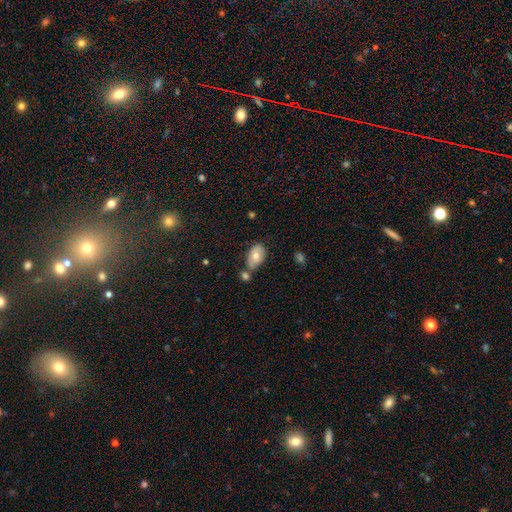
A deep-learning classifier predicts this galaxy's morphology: smooth_or_featured: smooth (p=0.70) [alt: featured or disk p=0.22]
how_rounded: in between (p=0.89) [alt: round p=0.10]
merging: none (p=0.52) [alt: merger p=0.23]